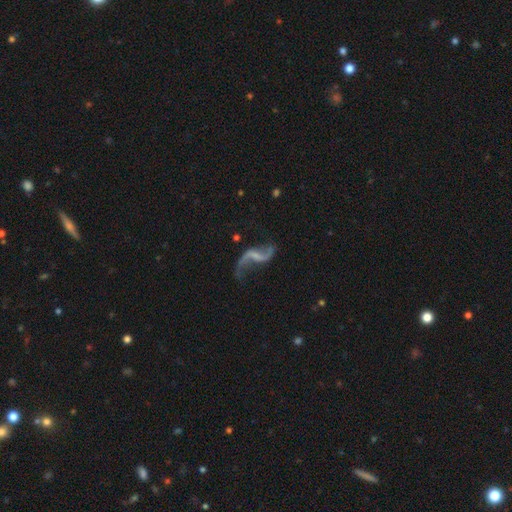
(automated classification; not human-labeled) Q: Smooth or featured?
A: featured or disk (89%); runner-up: star or artifact (6%)
Q: Edge-on disk?
A: no (97%); runner-up: yes (3%)
Q: Bar?
A: weak (44%); runner-up: no (32%)
Q: Spiral arms?
A: yes (95%); runner-up: no (5%)
Q: Spiral winding?
A: loose (92%); runner-up: medium (6%)
Q: Spiral arm count?
A: 2 (92%); runner-up: 1 (4%)
Q: Bulge size?
A: none (49%); runner-up: small (38%)
Q: Merging?
A: none (66%); runner-up: minor disturbance (16%)